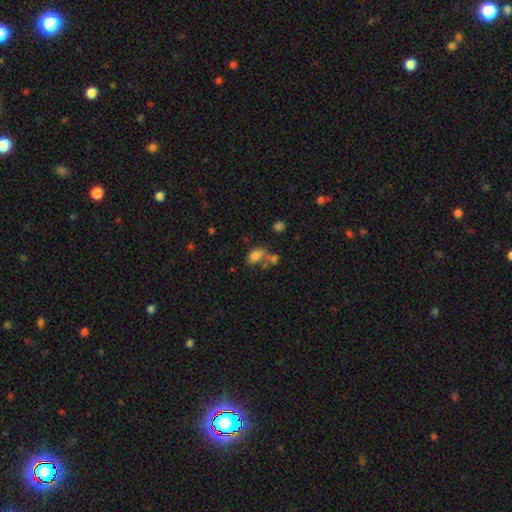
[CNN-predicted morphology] A smooth galaxy with no disk features (76%) that is in between round and cigar-shaped (83%). Merging: merger (39%).